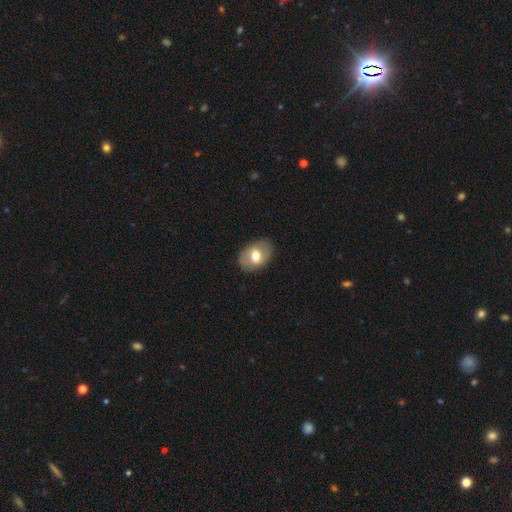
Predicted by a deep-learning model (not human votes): Q: Smooth or featured?
A: smooth (67%); runner-up: featured or disk (26%)
Q: How rounded?
A: in between (77%); runner-up: round (21%)
Q: Merging?
A: none (85%); runner-up: minor disturbance (11%)